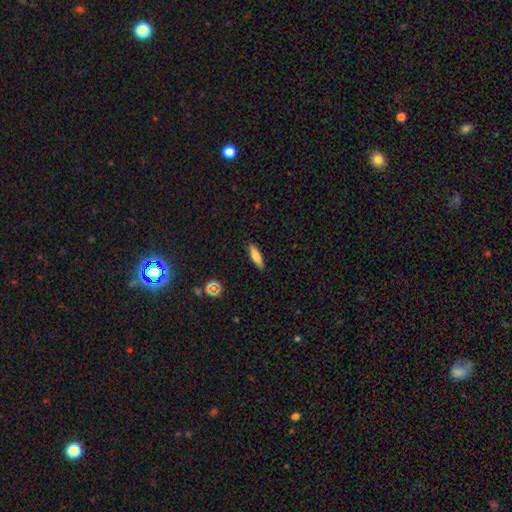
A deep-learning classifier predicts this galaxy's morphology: A smooth galaxy with no disk features (73%) that is cigar-shaped (54%). Merging: none (87%).